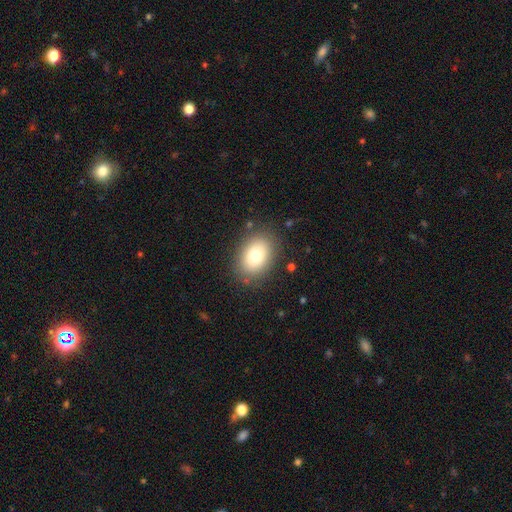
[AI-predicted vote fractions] Overall: smooth (80%). How rounded: in between (82%). Merging: none (84%).